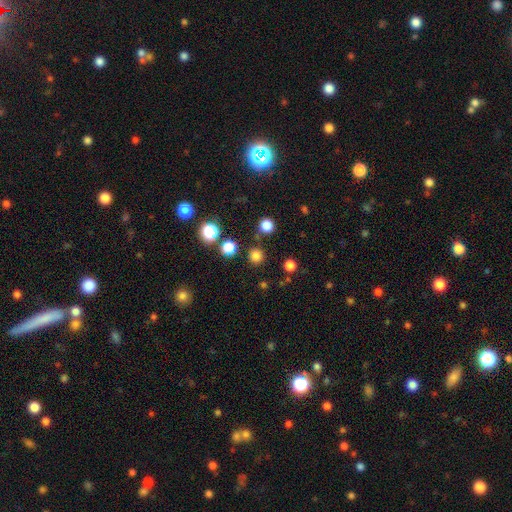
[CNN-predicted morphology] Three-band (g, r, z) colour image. It shows a smooth galaxy with no disk features (78%) that is round (95%). Merging: none (86%).